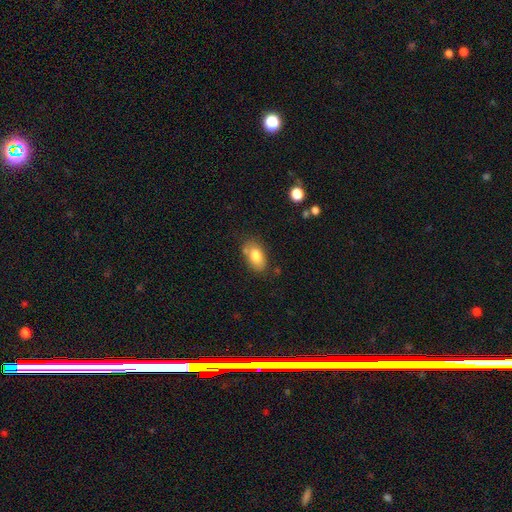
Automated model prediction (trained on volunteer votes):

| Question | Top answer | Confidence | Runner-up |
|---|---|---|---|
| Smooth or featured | smooth | 80% | featured or disk (12%) |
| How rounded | in between | 90% | round (8%) |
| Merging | none | 65% | minor disturbance (21%) |